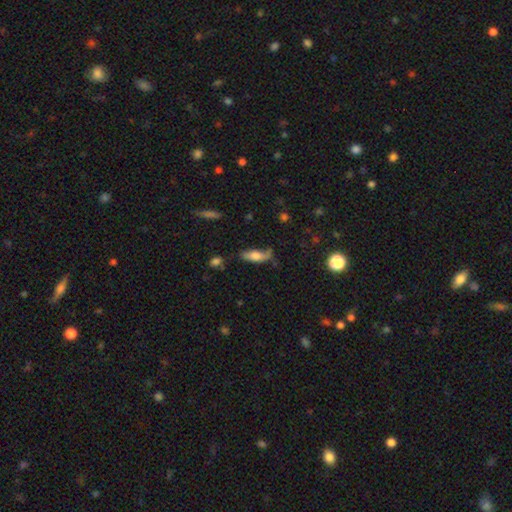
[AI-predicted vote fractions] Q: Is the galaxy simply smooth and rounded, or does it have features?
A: smooth — 68%.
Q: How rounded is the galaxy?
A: in between — 62%.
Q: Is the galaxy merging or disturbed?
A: none — 49%.